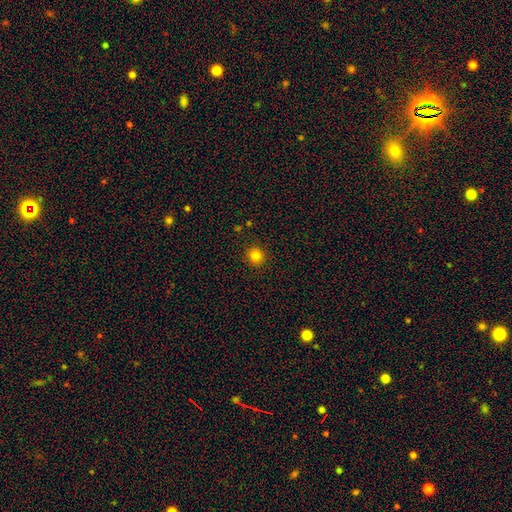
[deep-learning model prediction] Smooth or featured?
  - smooth: 82% *
  - star or artifact: 13%
  - featured or disk: 5%
How rounded?
  - round: 91% *
  - in between: 8%
  - cigar-shaped: 1%
Merging?
  - none: 91% *
  - minor disturbance: 6%
  - major disturbance: 2%
  - merger: 1%